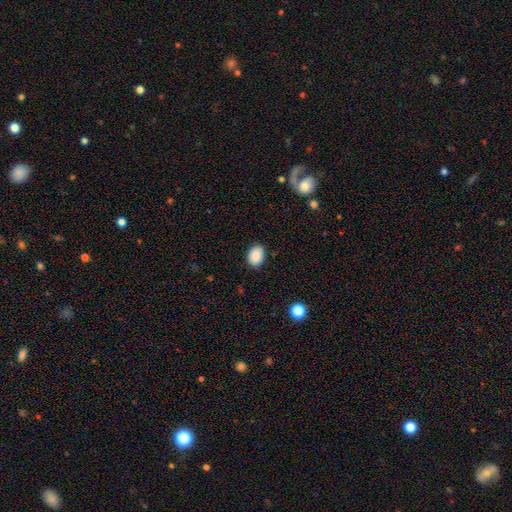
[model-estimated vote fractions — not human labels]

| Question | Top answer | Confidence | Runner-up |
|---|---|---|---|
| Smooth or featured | smooth | 89% | star or artifact (8%) |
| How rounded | in between | 75% | round (24%) |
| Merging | none | 86% | minor disturbance (11%) |